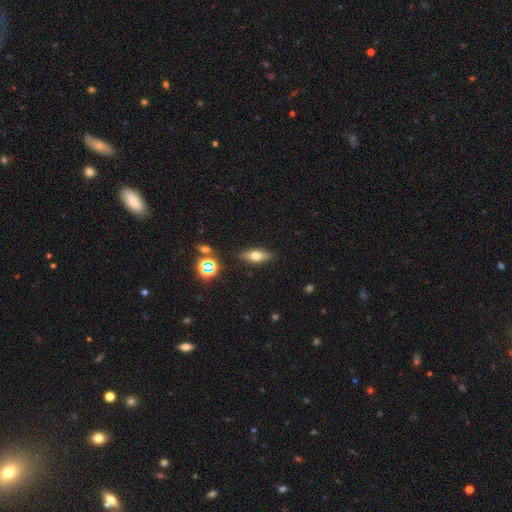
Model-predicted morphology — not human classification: smooth_or_featured: smooth (p=0.62) [alt: featured or disk p=0.26]
how_rounded: in between (p=0.72) [alt: cigar-shaped p=0.21]
merging: none (p=0.86) [alt: minor disturbance p=0.10]